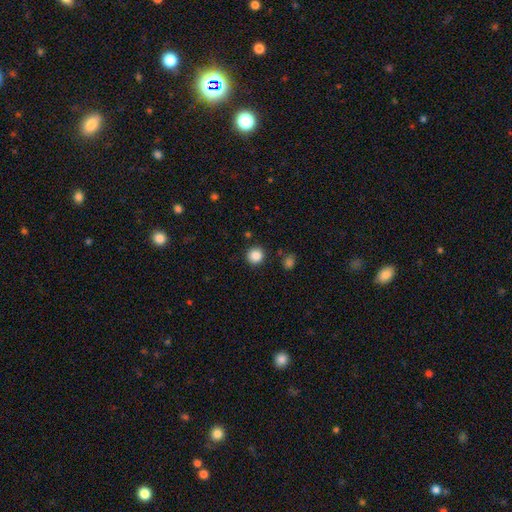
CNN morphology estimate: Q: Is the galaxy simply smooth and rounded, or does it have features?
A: smooth — 87%.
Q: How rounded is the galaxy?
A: round — 93%.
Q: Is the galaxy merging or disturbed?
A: none — 89%.